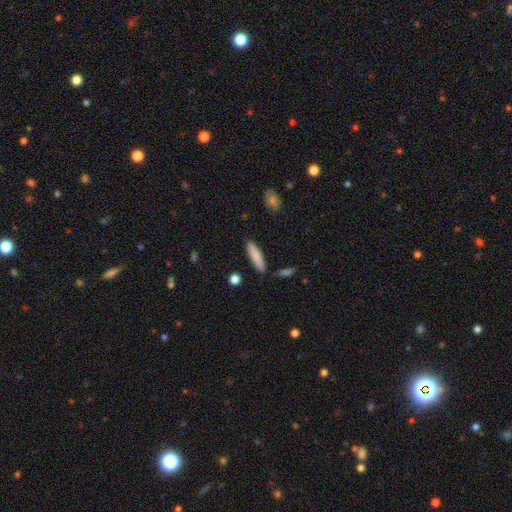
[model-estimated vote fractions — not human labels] Smooth or featured?
  - smooth: 85% *
  - featured or disk: 9%
  - star or artifact: 6%
How rounded?
  - cigar-shaped: 70% *
  - in between: 29%
  - round: 2%
Merging?
  - none: 85% *
  - minor disturbance: 10%
  - merger: 3%
  - major disturbance: 2%